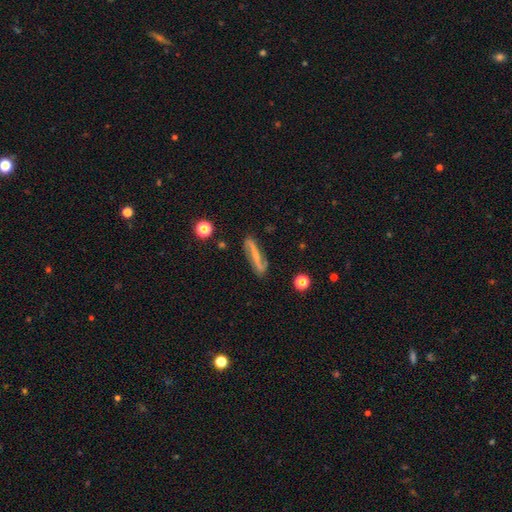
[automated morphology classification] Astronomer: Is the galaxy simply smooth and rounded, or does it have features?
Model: featured or disk — 74%.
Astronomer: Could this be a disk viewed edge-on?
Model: no — 77%.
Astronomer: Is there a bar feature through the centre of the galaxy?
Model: strong — 45% (runner-up: weak, 30%).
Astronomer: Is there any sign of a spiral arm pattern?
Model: yes — 91%.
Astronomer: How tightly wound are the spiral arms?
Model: loose — 65%.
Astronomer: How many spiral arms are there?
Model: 2 — 91%.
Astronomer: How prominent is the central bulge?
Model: small — 57%.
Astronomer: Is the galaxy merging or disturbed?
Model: none — 80%.